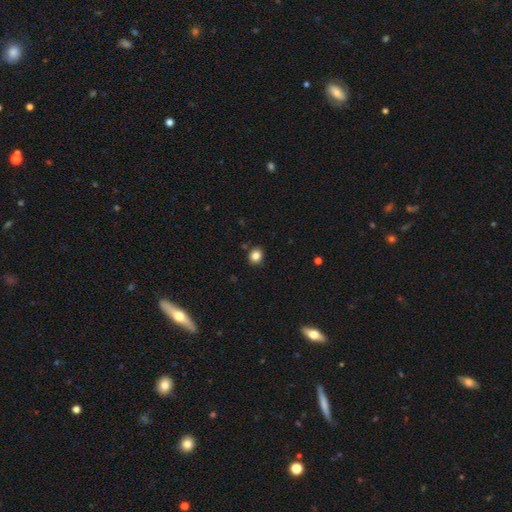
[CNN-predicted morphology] Q: Smooth or featured?
A: smooth (84%); runner-up: star or artifact (11%)
Q: How rounded?
A: round (75%); runner-up: in between (24%)
Q: Merging?
A: none (89%); runner-up: minor disturbance (7%)